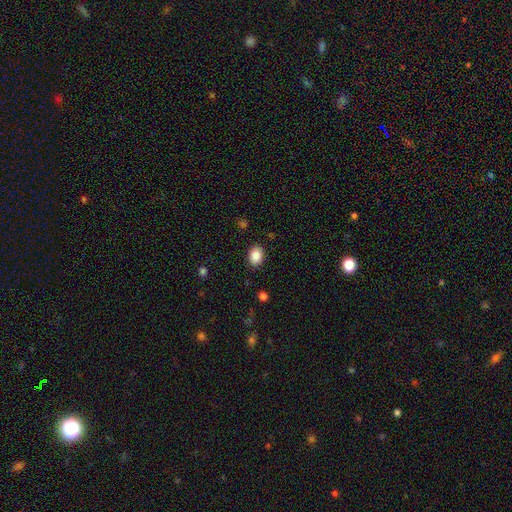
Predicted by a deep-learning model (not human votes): Overall: smooth (89%). How rounded: in between (75%). Merging: none (88%).